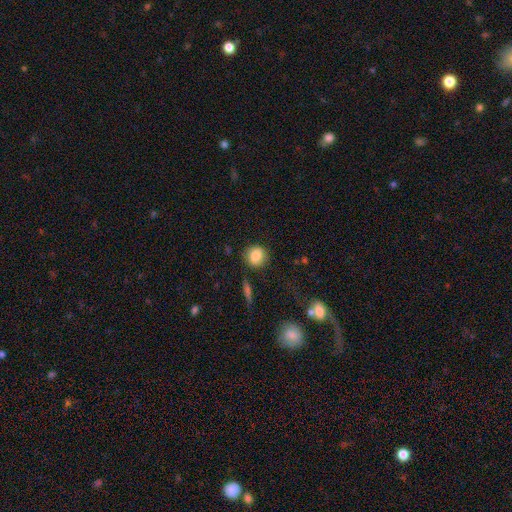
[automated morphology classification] A smooth galaxy with no disk features (85%) that is round (84%).

Vote fractions:
- Smooth or featured? smooth: 85% / star or artifact: 8% / featured or disk: 6%
- How rounded? round: 84% / in between: 15% / cigar-shaped: 1%
- Merging? none: 83% / minor disturbance: 11% / major disturbance: 3% / merger: 3%